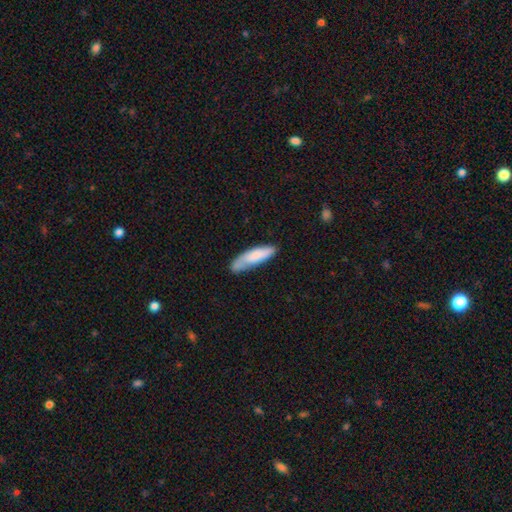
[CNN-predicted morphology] Smooth or featured? Predicted: smooth (p=0.78). How rounded? Predicted: cigar-shaped (p=0.64). Merging? Predicted: none (p=0.63).